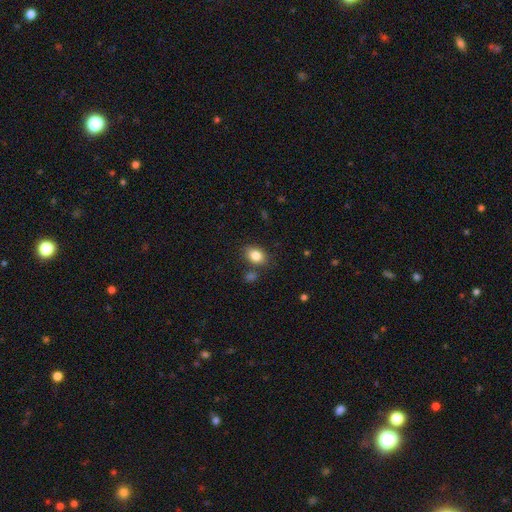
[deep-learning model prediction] This is clearly a smooth galaxy (84%). How rounded: likely in between (68%). Merging: likely none (78%).